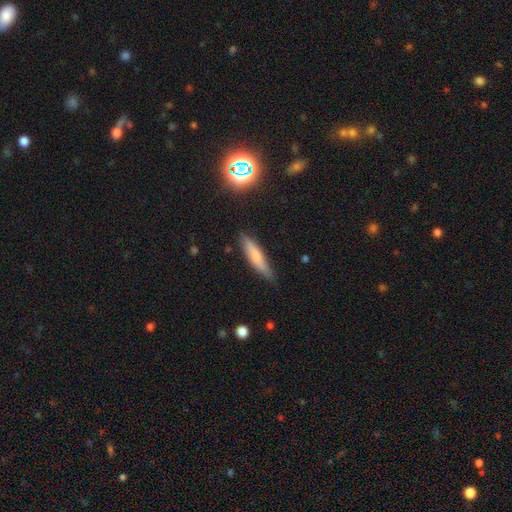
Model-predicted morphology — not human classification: Smooth or featured? Predicted: smooth (p=0.68). How rounded? Predicted: cigar-shaped (p=0.80). Merging? Predicted: none (p=0.81).